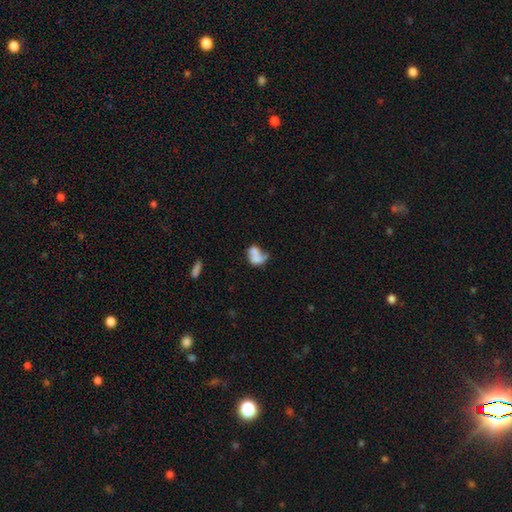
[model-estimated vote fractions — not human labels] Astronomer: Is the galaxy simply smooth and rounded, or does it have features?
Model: smooth — 62%.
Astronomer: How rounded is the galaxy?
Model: in between — 70%.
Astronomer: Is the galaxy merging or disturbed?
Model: merger — 49%.